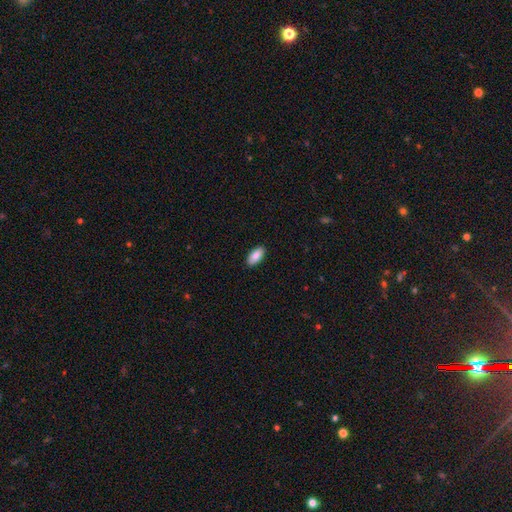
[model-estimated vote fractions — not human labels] This appears to be a smooth galaxy with no disk features (88%) that is in between round and cigar-shaped (91%). Merging: none (90%).